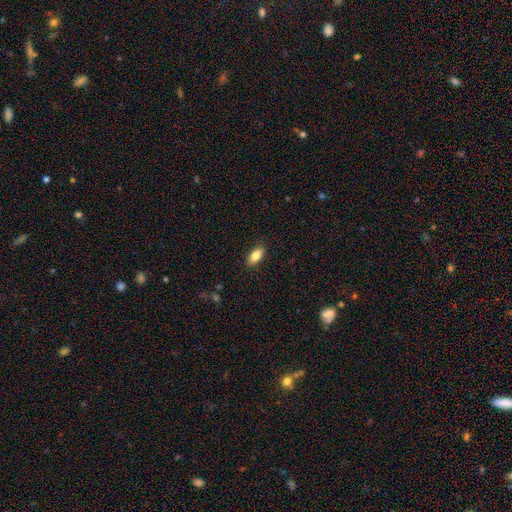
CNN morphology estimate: smooth 81%, featured or disk 12%, star or artifact 7%. Down the decision tree: how rounded — in between (87%); merging — none (87%).